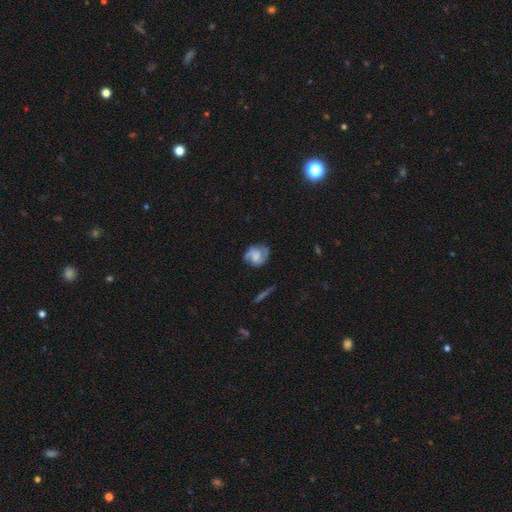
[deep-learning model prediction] smooth_or_featured: featured or disk (p=0.60) [alt: smooth p=0.32]
disk_edge_on: no (p=0.96) [alt: yes p=0.04]
bar: no (p=0.54) [alt: weak p=0.37]
has_spiral_arms: yes (p=0.89) [alt: no p=0.11]
spiral_winding: medium (p=0.46) [alt: tight p=0.32]
spiral_arm_count: 2 (p=0.75) [alt: can't tell p=0.12]
bulge_size: none (p=0.30) [alt: moderate p=0.28]
merging: none (p=0.68) [alt: minor disturbance p=0.21]